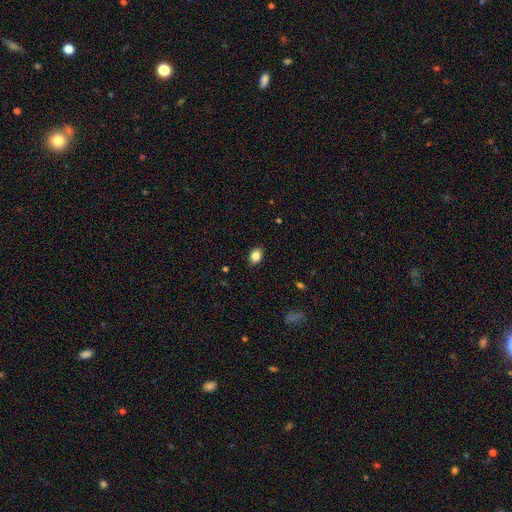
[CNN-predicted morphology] type=smooth (85%); roundness=in between (74%); merging=none (88%).